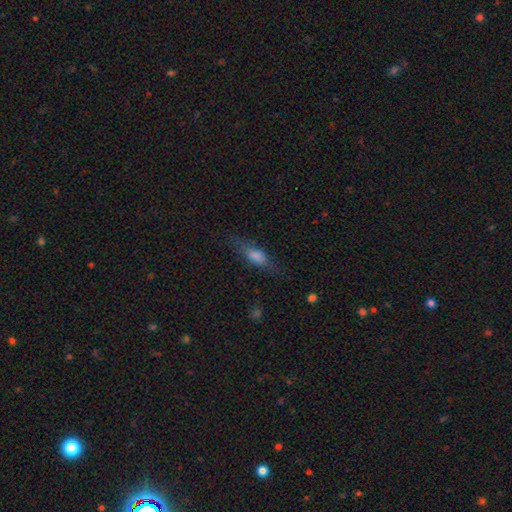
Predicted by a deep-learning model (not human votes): The model was most divided on "how rounded": cigar-shaped: 55%, in between: 41%, round: 3%. More confident: merging — none (75%); smooth or featured — smooth (58%).